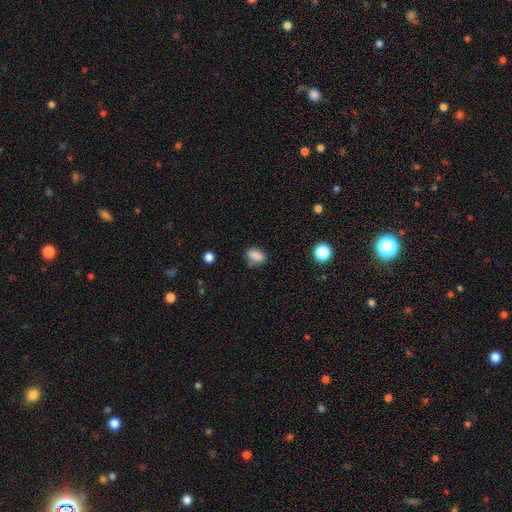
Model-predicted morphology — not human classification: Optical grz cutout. It shows a smooth galaxy with no disk features (85%) that is in between round and cigar-shaped (79%). Merging: none (70%).